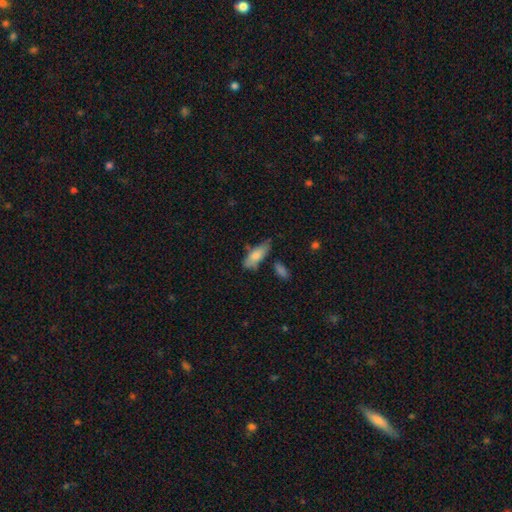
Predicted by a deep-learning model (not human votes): Smooth or featured? Predicted: smooth (p=0.76). How rounded? Predicted: in between (p=0.69). Merging? Predicted: none (p=0.52).